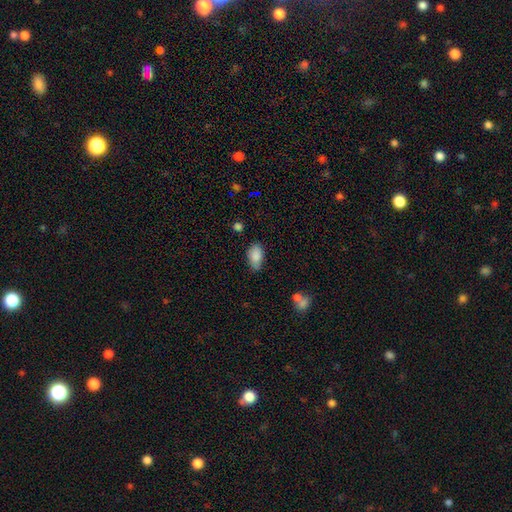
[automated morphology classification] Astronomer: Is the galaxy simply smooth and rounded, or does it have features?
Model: smooth — 86%.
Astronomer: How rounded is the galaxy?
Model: in between — 91%.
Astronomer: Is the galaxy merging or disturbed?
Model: none — 64%.